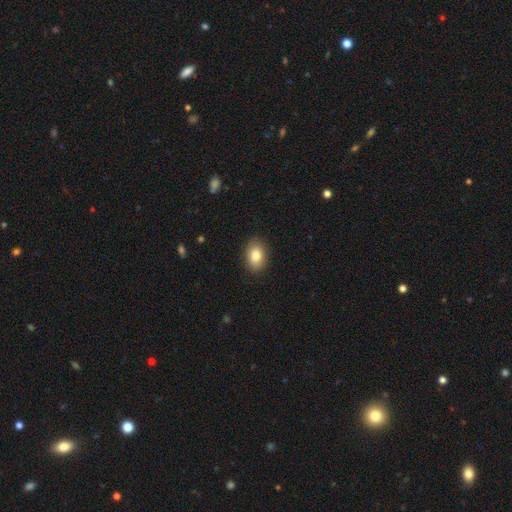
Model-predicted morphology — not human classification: Smooth or featured: smooth — 85% (star or artifact — 8%)
How rounded: in between — 84% (round — 15%)
Merging: none — 88% (minor disturbance — 9%)